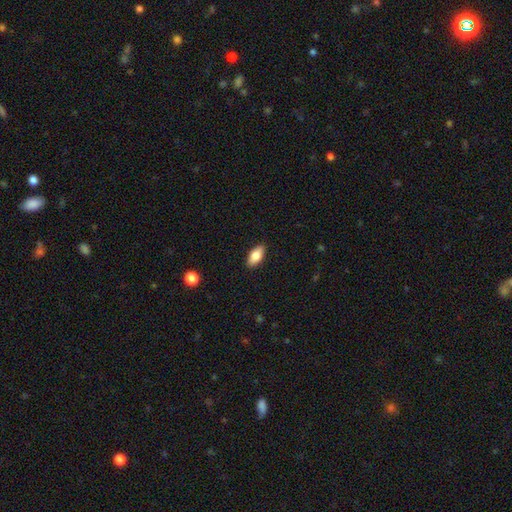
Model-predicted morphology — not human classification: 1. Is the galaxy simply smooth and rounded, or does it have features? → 79% smooth, 14% featured or disk, 7% star or artifact.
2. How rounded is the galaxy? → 89% in between, 8% cigar-shaped, 3% round.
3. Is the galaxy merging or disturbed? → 89% none, 8% minor disturbance, 2% major disturbance, 1% merger.